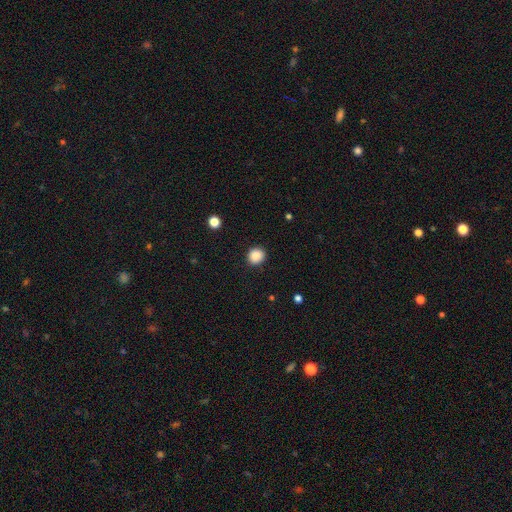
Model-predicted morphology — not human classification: Smooth or featured? Predicted: smooth (p=0.88). How rounded? Predicted: round (p=0.84). Merging? Predicted: none (p=0.91).